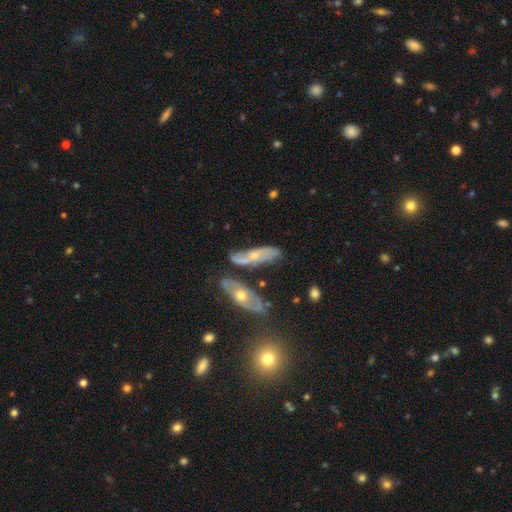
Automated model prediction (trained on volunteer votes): Q: Smooth or featured?
A: featured or disk (62%); runner-up: smooth (31%)
Q: Edge-on disk?
A: no (71%); runner-up: yes (29%)
Q: Merging?
A: none (52%); runner-up: minor disturbance (22%)